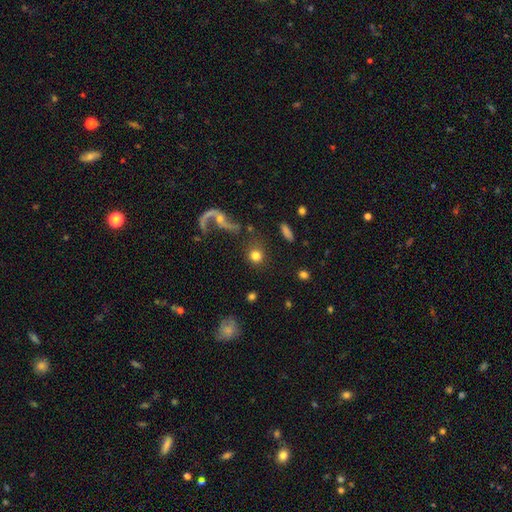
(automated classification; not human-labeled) Q: Smooth or featured?
A: smooth (75%); runner-up: featured or disk (15%)
Q: How rounded?
A: round (90%); runner-up: in between (8%)
Q: Merging?
A: none (75%); runner-up: minor disturbance (10%)